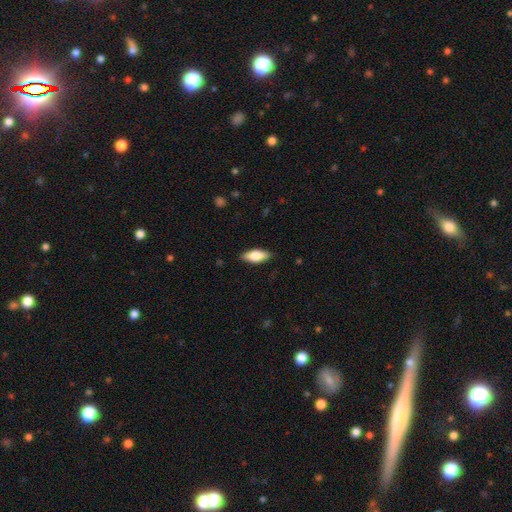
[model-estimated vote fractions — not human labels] Morphology: type=smooth (72%); roundness=in between (79%); merging=none (87%).